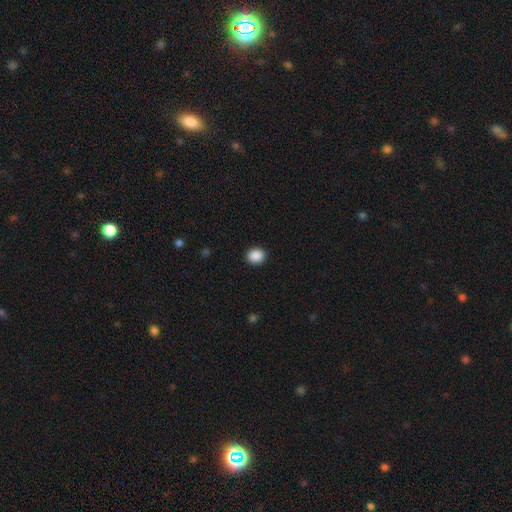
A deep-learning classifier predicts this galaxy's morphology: Smooth or featured? Predicted: smooth (p=0.88). How rounded? Predicted: round (p=0.76). Merging? Predicted: none (p=0.92).